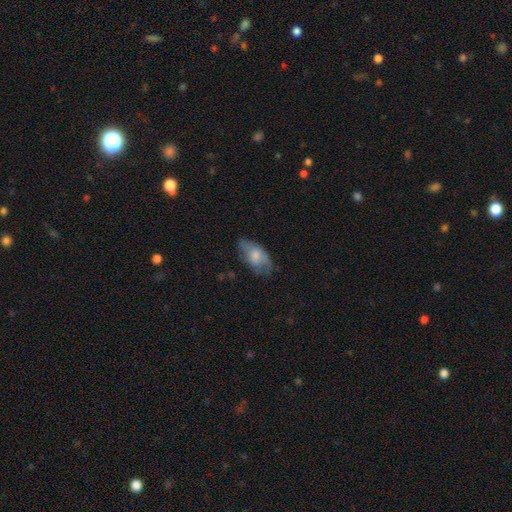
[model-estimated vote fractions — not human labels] smooth 66%, featured or disk 27%, star or artifact 7%. Down the decision tree: how rounded — in between (92%); merging — none (55%).